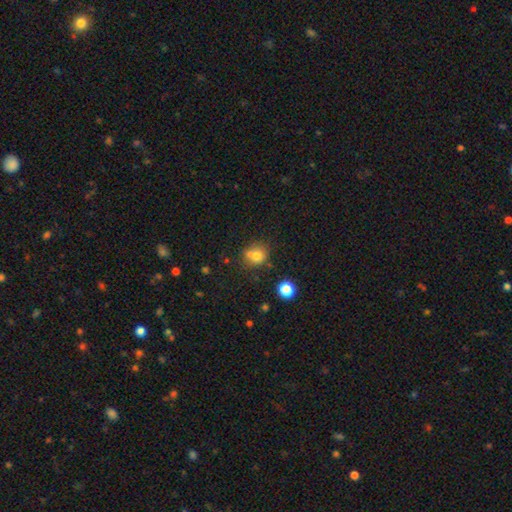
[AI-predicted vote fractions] This is likely a smooth galaxy (73%). How rounded: clearly round (81%). Merging: possibly none (56%).